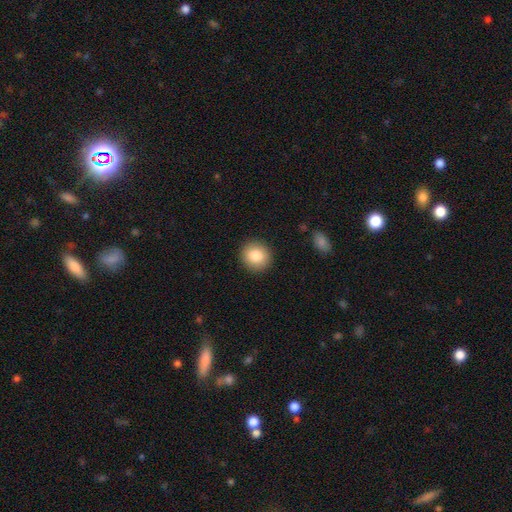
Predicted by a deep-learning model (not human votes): A smooth galaxy with no disk features (84%) that is round (90%).

Vote fractions:
- Smooth or featured? smooth: 84% / star or artifact: 8% / featured or disk: 8%
- How rounded? round: 90% / in between: 9% / cigar-shaped: 1%
- Merging? none: 92% / minor disturbance: 6% / major disturbance: 2% / merger: 1%